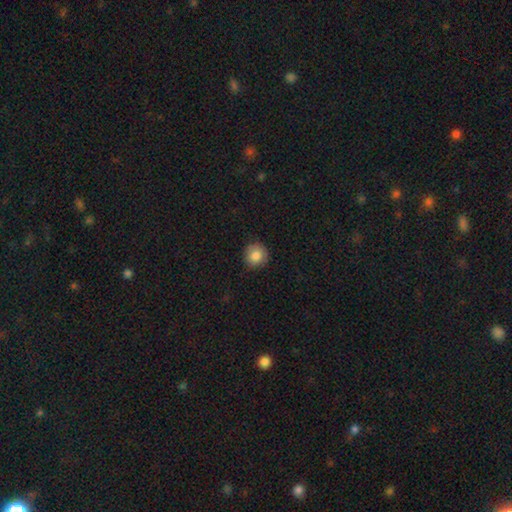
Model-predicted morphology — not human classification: This is clearly a smooth galaxy (83%). How rounded: clearly round (91%). Merging: clearly none (86%).